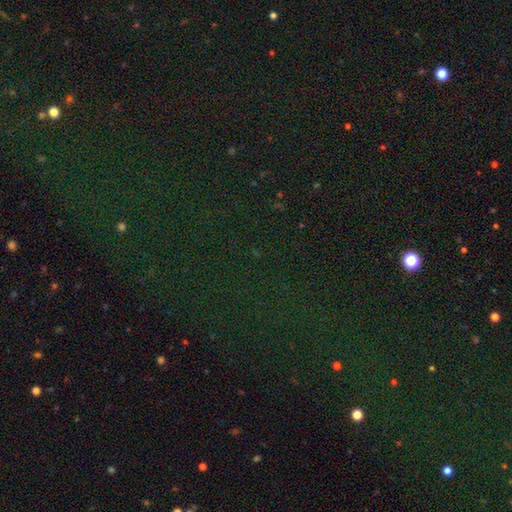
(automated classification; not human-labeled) Overall: star or artifact (79%).